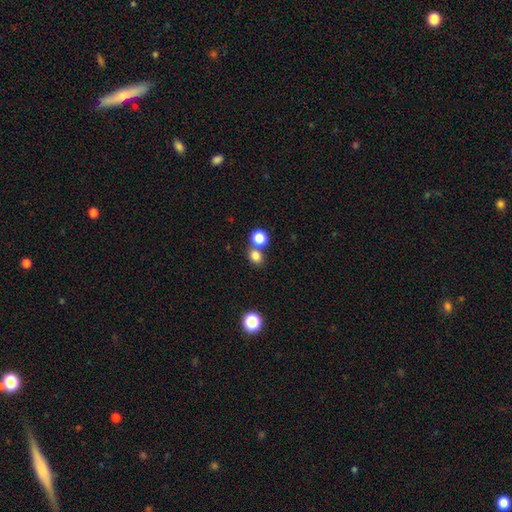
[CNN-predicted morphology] Smooth or featured? Predicted: smooth (p=0.80). How rounded? Predicted: round (p=0.65). Merging? Predicted: none (p=0.58).